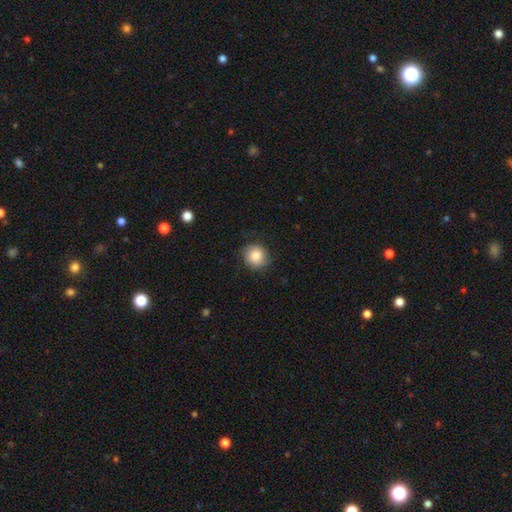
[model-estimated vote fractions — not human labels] A smooth galaxy with no disk features (84%) that is round (87%). Merging: none (81%).